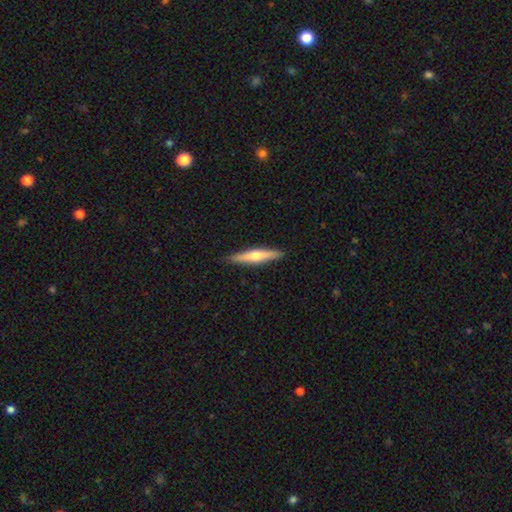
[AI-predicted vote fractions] This is possibly a featured or disk galaxy (51%). It is clearly viewed edge-on (95%). Merging: clearly none (90%).